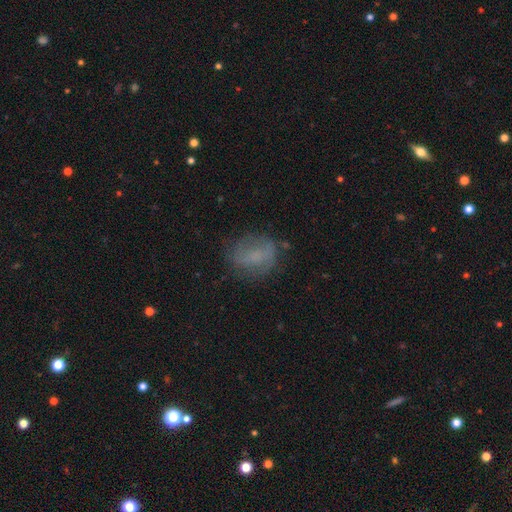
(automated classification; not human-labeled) smooth_or_featured: smooth (p=0.53) [alt: featured or disk p=0.34]
how_rounded: in between (p=0.61) [alt: round p=0.37]
merging: none (p=0.64) [alt: minor disturbance p=0.22]